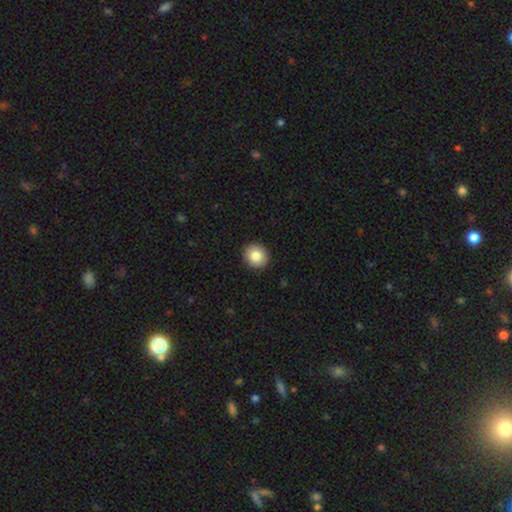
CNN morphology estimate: A smooth galaxy with no disk features (84%) that is round (85%).

Vote fractions:
- Smooth or featured? smooth: 84% / star or artifact: 8% / featured or disk: 7%
- How rounded? round: 85% / in between: 14% / cigar-shaped: 1%
- Merging? none: 92% / minor disturbance: 5% / major disturbance: 2% / merger: 1%